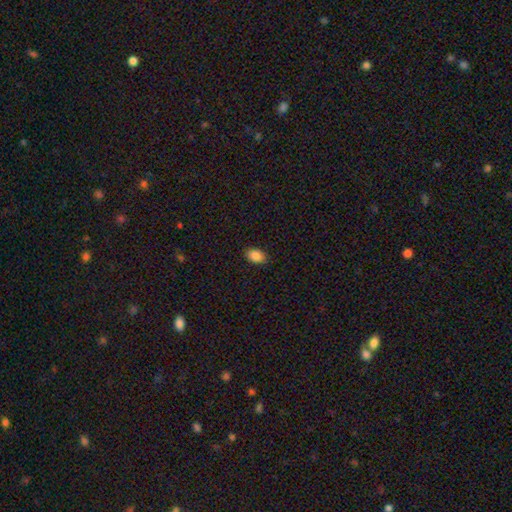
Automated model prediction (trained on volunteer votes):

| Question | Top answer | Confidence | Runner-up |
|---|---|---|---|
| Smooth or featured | smooth | 88% | star or artifact (8%) |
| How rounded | in between | 87% | round (12%) |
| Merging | none | 87% | minor disturbance (10%) |